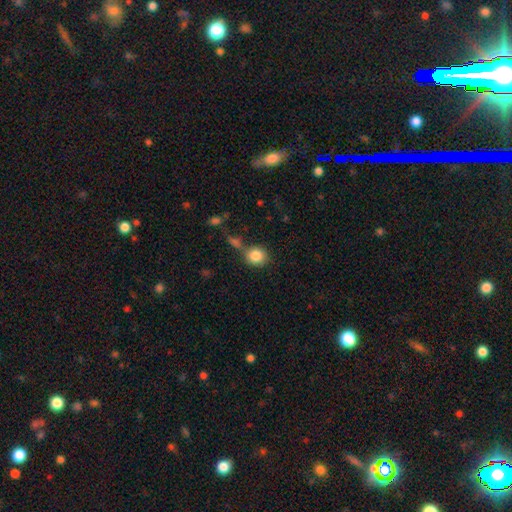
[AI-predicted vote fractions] Overall: smooth (85%). How rounded: round (82%). Merging: none (67%).